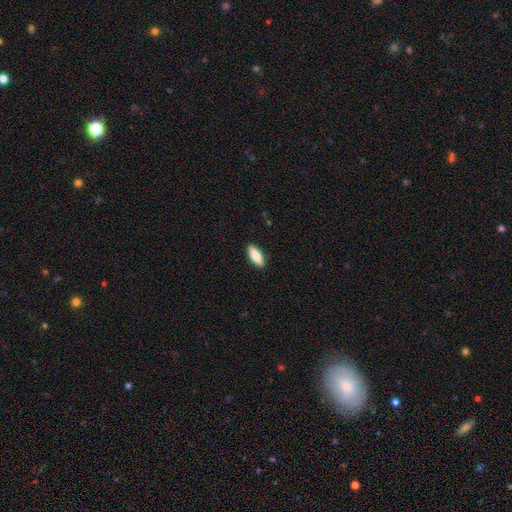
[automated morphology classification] This appears to be a smooth galaxy with no disk features (79%) that is in between round and cigar-shaped (72%). Merging: none (90%).